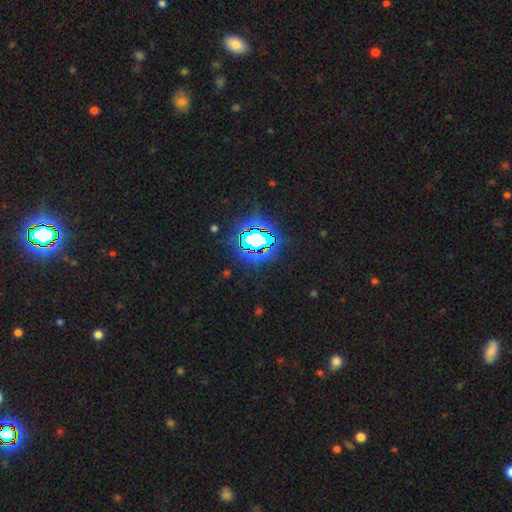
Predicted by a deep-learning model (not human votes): A star or artifact, not a galaxy (83%).